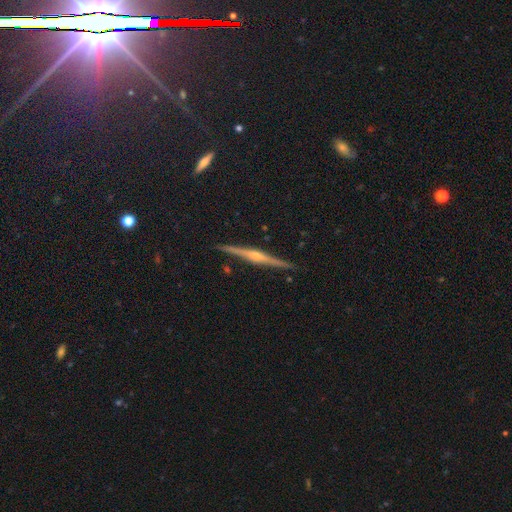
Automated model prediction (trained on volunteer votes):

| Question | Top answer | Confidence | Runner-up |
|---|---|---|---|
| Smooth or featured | featured or disk | 84% | smooth (9%) |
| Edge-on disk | yes | 98% | no (2%) |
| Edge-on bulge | rounded | 82% | none (9%) |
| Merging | none | 90% | minor disturbance (7%) |